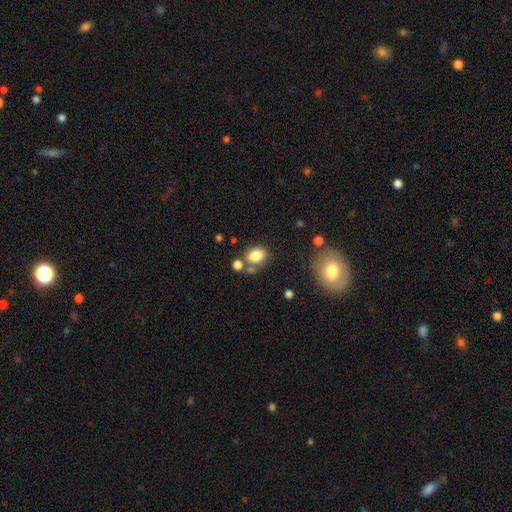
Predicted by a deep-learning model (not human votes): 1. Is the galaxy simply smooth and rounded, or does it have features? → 82% smooth, 10% star or artifact, 8% featured or disk.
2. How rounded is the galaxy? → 58% in between, 41% round, 1% cigar-shaped.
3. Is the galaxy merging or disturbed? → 63% none, 17% merger, 15% minor disturbance, 5% major disturbance.